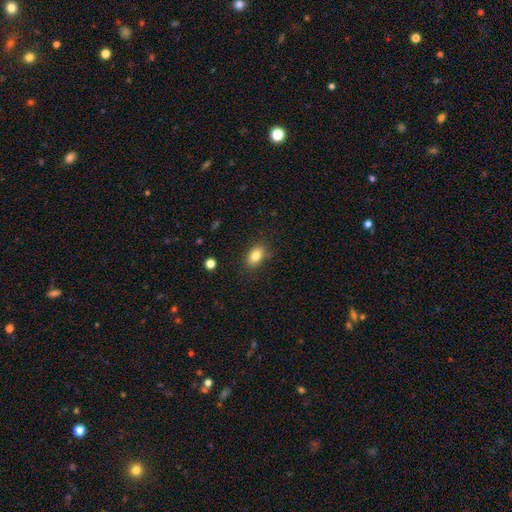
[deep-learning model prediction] This is clearly a smooth galaxy (83%). How rounded: clearly in between (83%). Merging: clearly none (83%).